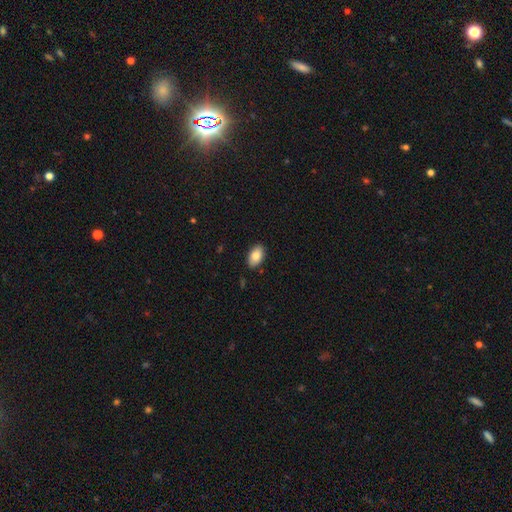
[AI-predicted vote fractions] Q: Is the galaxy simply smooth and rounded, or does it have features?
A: smooth — 83%.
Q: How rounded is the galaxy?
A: in between — 93%.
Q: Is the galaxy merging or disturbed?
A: none — 89%.